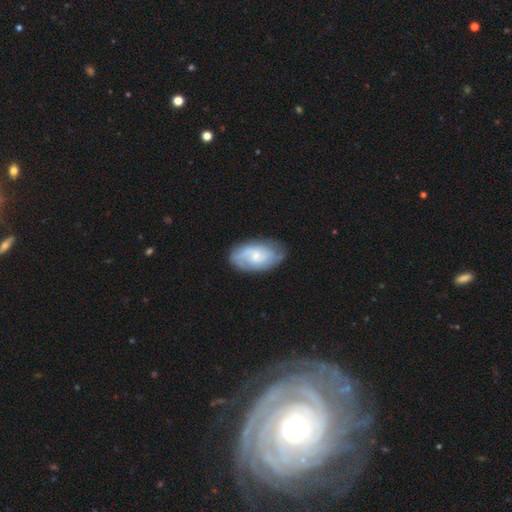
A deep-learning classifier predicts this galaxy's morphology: Smooth or featured? featured or disk (56%)
Edge-on disk? no (95%)
Bar? no (64%)
Spiral arms? yes (83%)
Bulge size? small (59%)
Merging? none (73%)